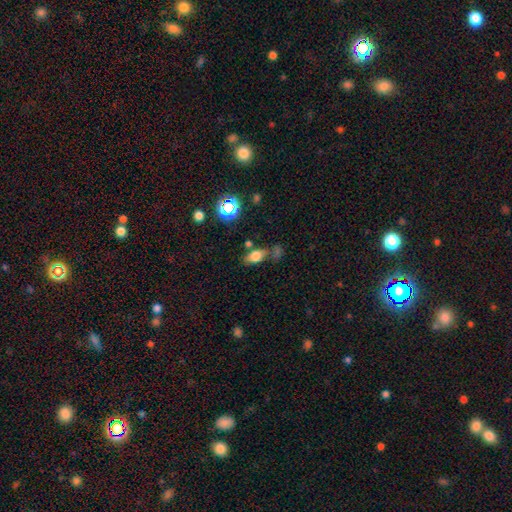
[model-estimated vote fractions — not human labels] smooth_or_featured: smooth (p=0.68) [alt: featured or disk p=0.16]
how_rounded: in between (p=0.80) [alt: round p=0.11]
merging: none (p=0.51) [alt: merger p=0.22]